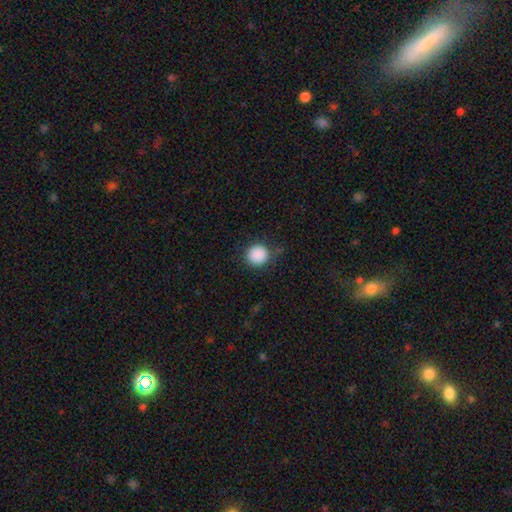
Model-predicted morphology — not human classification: Smooth or featured? smooth (89%)
How rounded? round (92%)
Merging? none (84%)